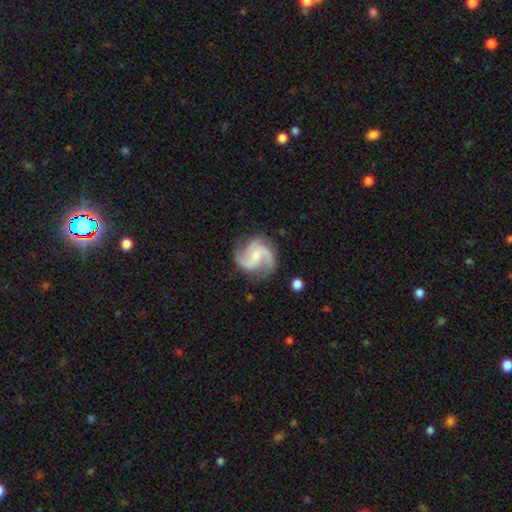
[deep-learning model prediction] Overall: featured or disk (89%). Edge-on disk: no (98%). Bar: no (47%; weak 42%). Spiral arms: yes (98%). Spiral arm count: 3 (58%; 2 25%). Spiral winding: medium (56%; loose 24%). Bulge size: small (58%; moderate 28%). Merging: none (77%).